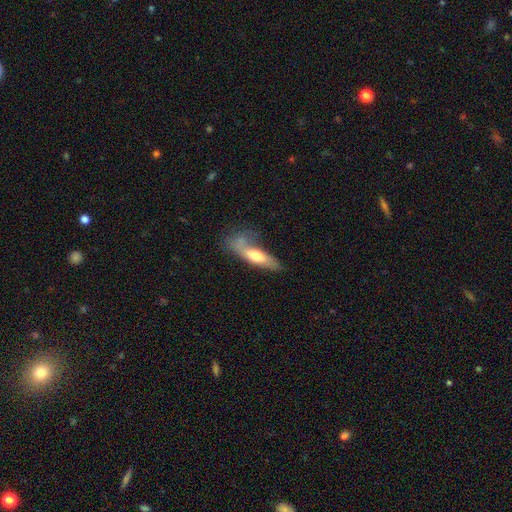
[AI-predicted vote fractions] Smooth or featured? Predicted: smooth (p=0.58). How rounded? Predicted: cigar-shaped (p=0.56). Merging? Predicted: none (p=0.42).